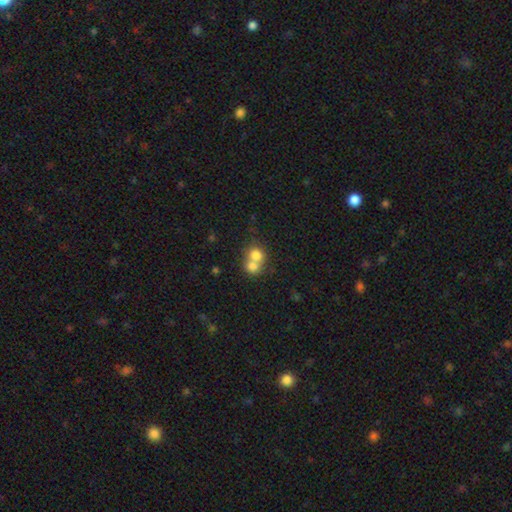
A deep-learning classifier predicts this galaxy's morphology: This is likely a smooth galaxy (74%). How rounded: likely round (79%). Merging: likely merger (67%).